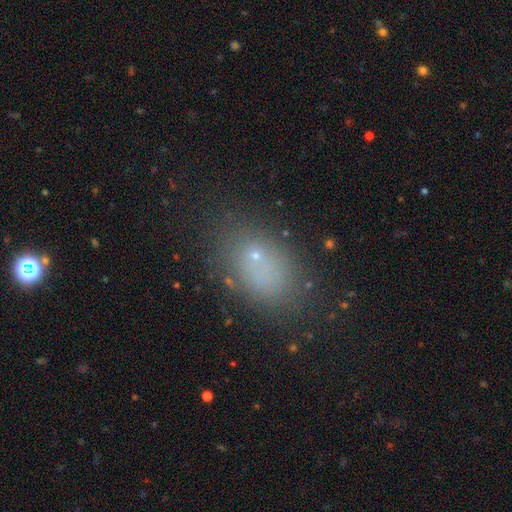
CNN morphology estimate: Smooth or featured: smooth — 67% (star or artifact — 20%)
How rounded: in between — 79% (round — 19%)
Merging: none — 74% (minor disturbance — 15%)